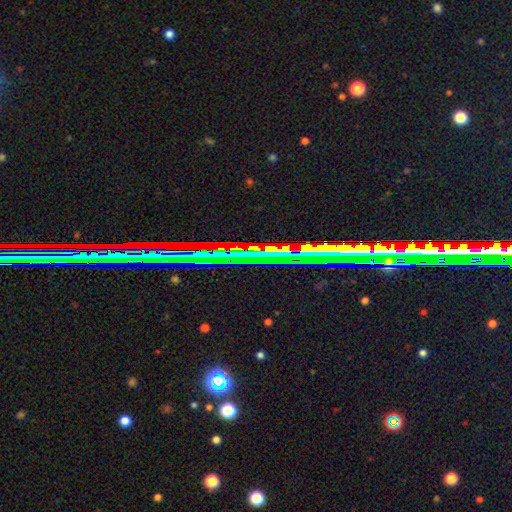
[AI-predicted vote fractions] smooth-or-featured: star or artifact: 62% | featured or disk: 24% | smooth: 13%